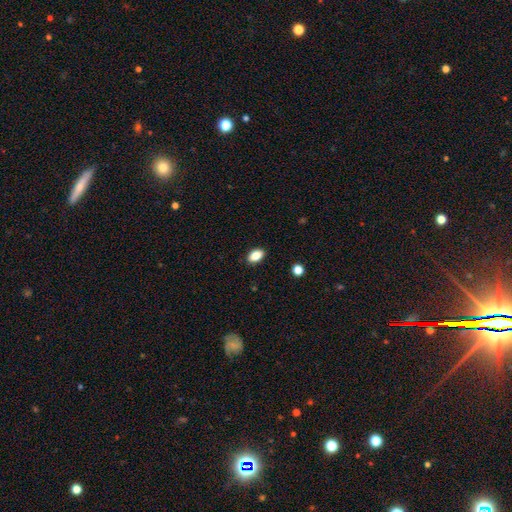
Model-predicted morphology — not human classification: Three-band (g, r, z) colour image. It shows a smooth galaxy with no disk features (86%) that is in between round and cigar-shaped (89%). Merging: none (89%).